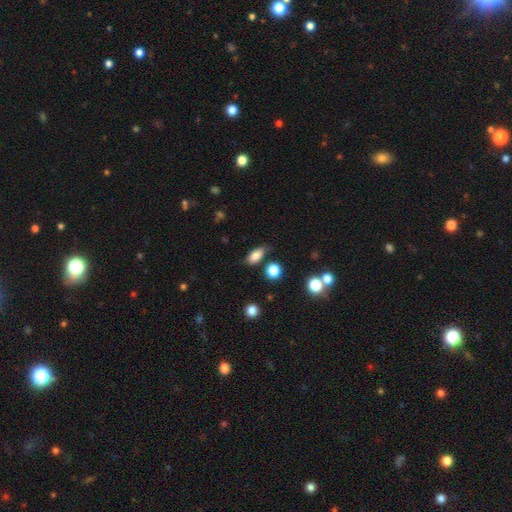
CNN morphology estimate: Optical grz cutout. It shows a smooth galaxy with no disk features (83%) that is in between round and cigar-shaped (85%). Merging: none (74%).